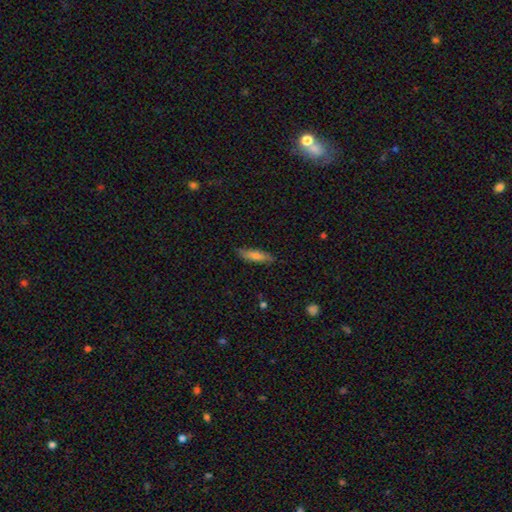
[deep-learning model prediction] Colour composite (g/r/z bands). It shows a smooth galaxy with no disk features (67%) that is cigar-shaped (63%). Merging: none (82%).